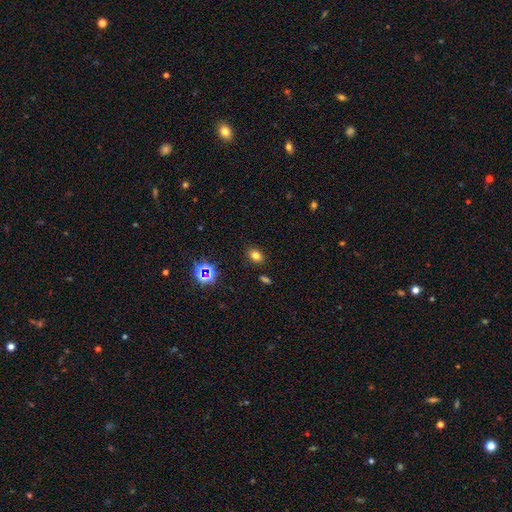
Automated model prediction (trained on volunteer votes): A smooth galaxy with no disk features (74%) that is in between round and cigar-shaped (65%). Merging: none (87%).